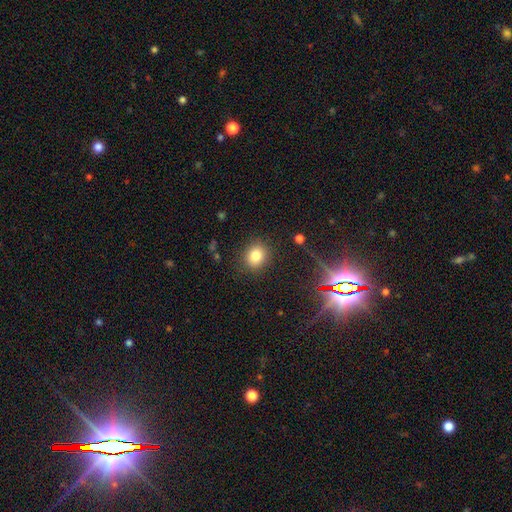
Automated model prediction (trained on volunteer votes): Morphology: type=smooth (81%); roundness=round (73%); merging=none (86%).